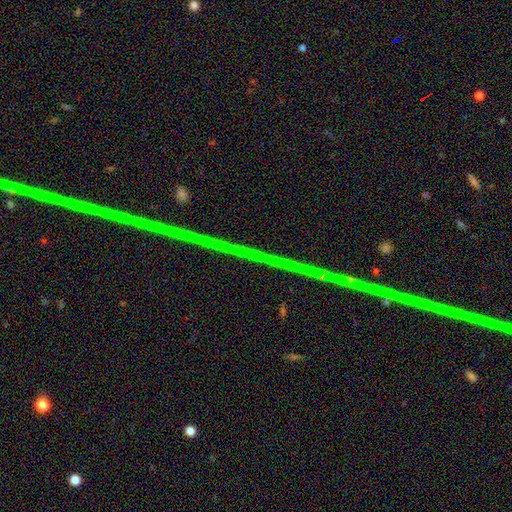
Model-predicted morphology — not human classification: This appears to be a star or artifact, not a galaxy (77%).